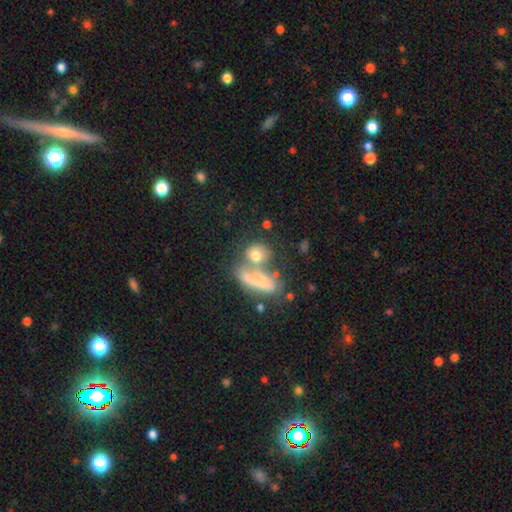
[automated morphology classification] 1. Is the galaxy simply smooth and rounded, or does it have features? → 72% smooth, 16% featured or disk, 11% star or artifact.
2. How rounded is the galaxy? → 48% round, 41% in between, 10% cigar-shaped.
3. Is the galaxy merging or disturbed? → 39% none (tied), 39% merger (tied), 13% minor disturbance, 9% major disturbance.